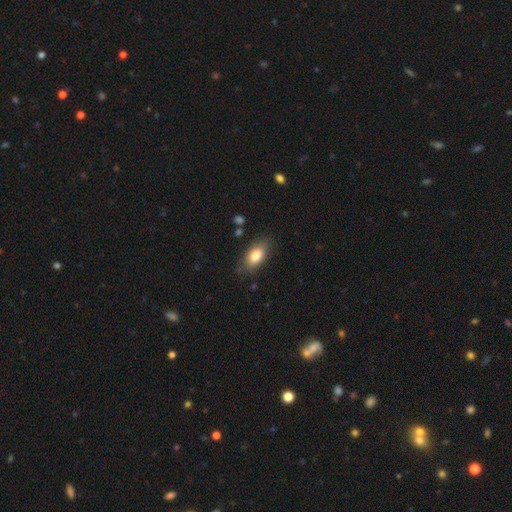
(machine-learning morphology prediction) Q: Smooth or featured?
A: smooth (81%); runner-up: featured or disk (12%)
Q: How rounded?
A: in between (89%); runner-up: cigar-shaped (6%)
Q: Merging?
A: none (80%); runner-up: minor disturbance (15%)